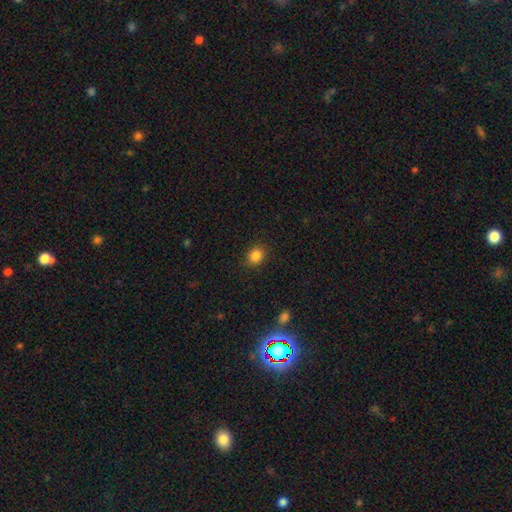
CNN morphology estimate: smooth 85%, star or artifact 11%, featured or disk 4%. Down the decision tree: how rounded — round (58%); merging — none (88%).